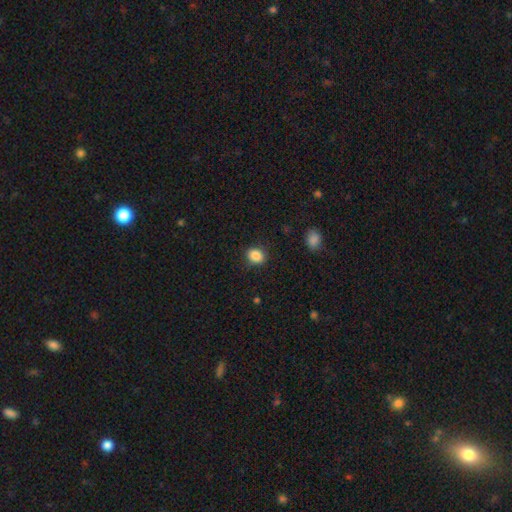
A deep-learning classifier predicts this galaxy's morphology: This appears to be a smooth galaxy with no disk features (86%) that is in between round and cigar-shaped (51%). Merging: none (86%).